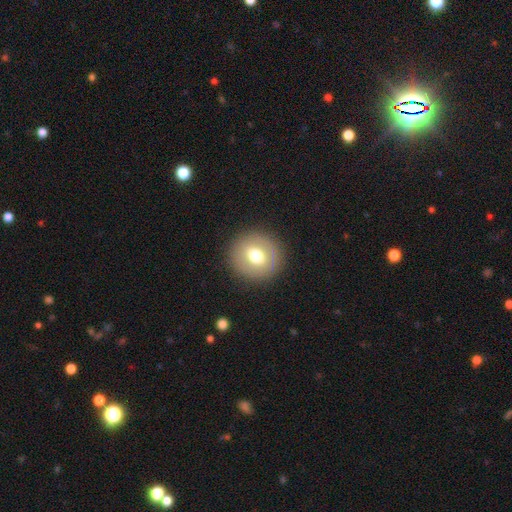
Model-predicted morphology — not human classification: Smooth or featured? Predicted: smooth (p=0.66). How rounded? Predicted: round (p=0.89). Merging? Predicted: none (p=0.89).